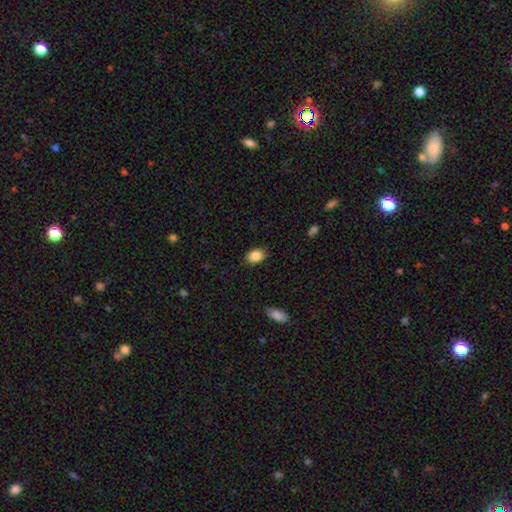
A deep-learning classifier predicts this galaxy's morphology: smooth_or_featured: smooth (p=0.87) [alt: star or artifact p=0.08]
how_rounded: in between (p=0.81) [alt: round p=0.18]
merging: none (p=0.87) [alt: minor disturbance p=0.10]